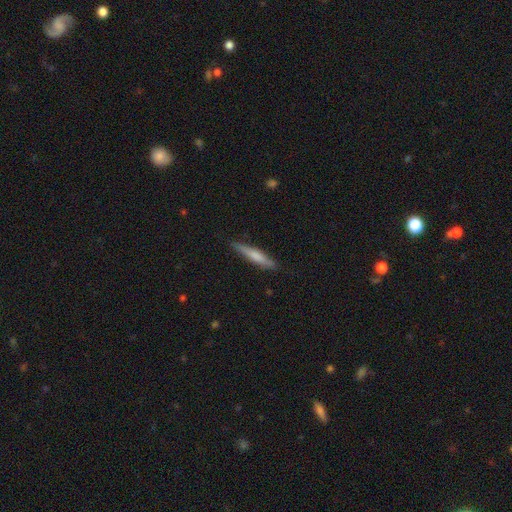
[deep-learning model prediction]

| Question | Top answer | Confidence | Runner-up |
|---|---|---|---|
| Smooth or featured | smooth | 60% | featured or disk (35%) |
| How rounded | cigar-shaped | 91% | in between (8%) |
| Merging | none | 86% | minor disturbance (10%) |